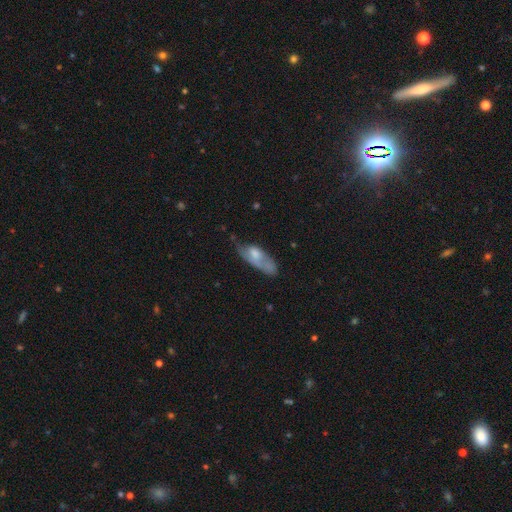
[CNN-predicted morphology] A smooth galaxy with no disk features (57%) that is in between round and cigar-shaped (71%). Merging: minor disturbance (31%, tied with none).